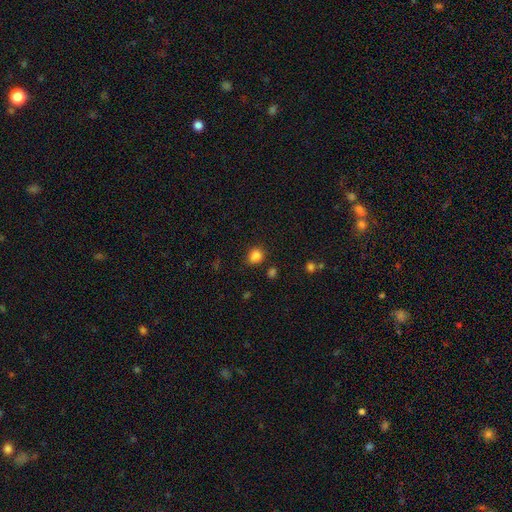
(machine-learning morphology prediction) Smooth or featured? smooth (84%)
How rounded? round (68%)
Merging? none (79%)